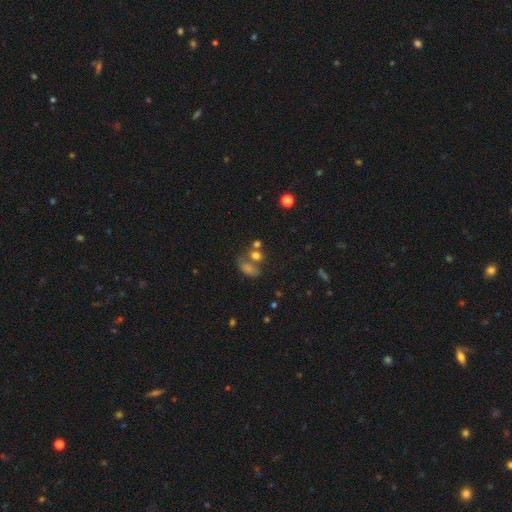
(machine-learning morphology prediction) smooth-or-featured: smooth: 69% | star or artifact: 19% | featured or disk: 13%
  how-rounded: in between: 59% | round: 38% | cigar-shaped: 3%
  merging: none: 40% | merger: 37% | minor disturbance: 13% | major disturbance: 9%